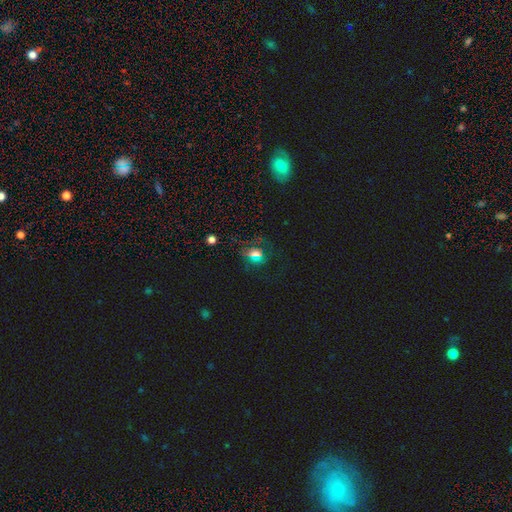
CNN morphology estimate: A smooth galaxy with no disk features (46%).

Vote fractions:
- Smooth or featured? smooth: 46% / star or artifact: 39% / featured or disk: 16%
- Merging? none: 72% / minor disturbance: 15% / major disturbance: 9% / merger: 4%